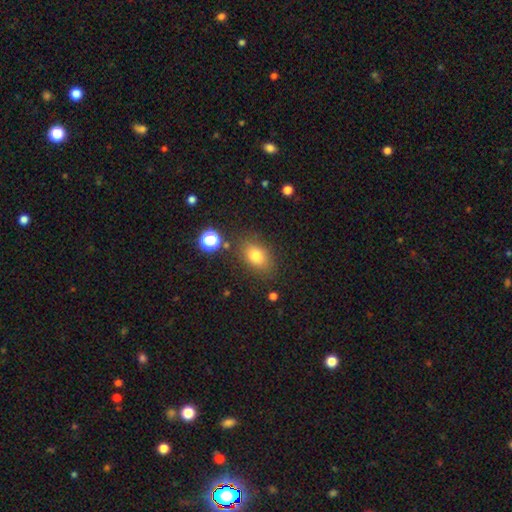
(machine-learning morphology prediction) Smooth or featured? smooth (78%)
How rounded? in between (76%)
Merging? none (80%)